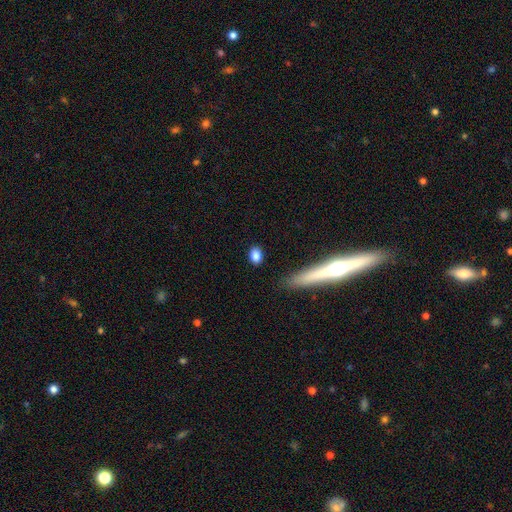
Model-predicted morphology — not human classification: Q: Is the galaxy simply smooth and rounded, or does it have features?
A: smooth — 85%.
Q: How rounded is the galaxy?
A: in between — 74%.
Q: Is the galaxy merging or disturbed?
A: none — 86%.